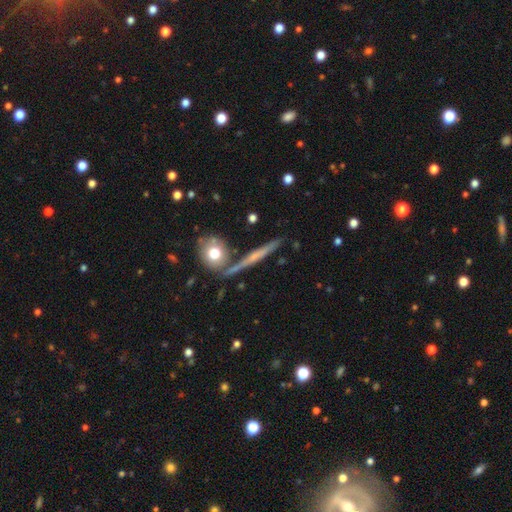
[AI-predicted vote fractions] This appears to be a featured or disk galaxy (58%) viewed edge-on (94%) with no central bulge (55%). Merging: none (79%).